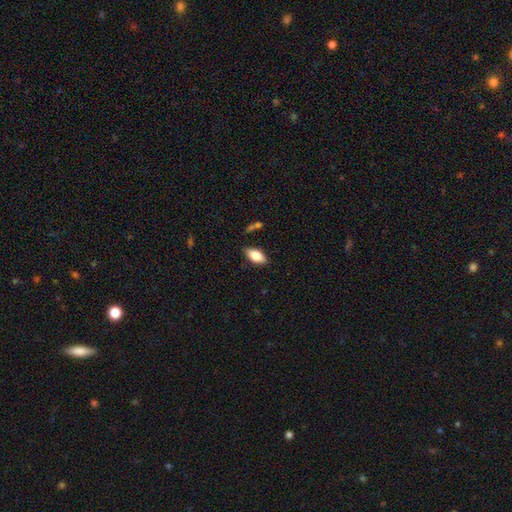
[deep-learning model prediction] A smooth galaxy with no disk features (78%) that is in between round and cigar-shaped (89%).

Vote fractions:
- Smooth or featured? smooth: 78% / featured or disk: 15% / star or artifact: 7%
- How rounded? in between: 89% / cigar-shaped: 8% / round: 3%
- Merging? none: 83% / minor disturbance: 12% / merger: 3% / major disturbance: 3%